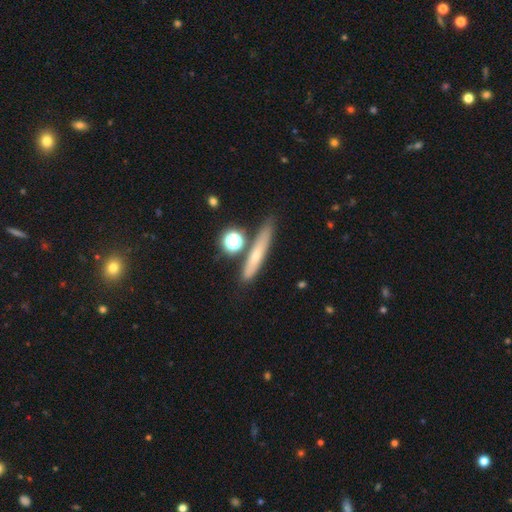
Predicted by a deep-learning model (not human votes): Smooth or featured?
  - smooth: 56% *
  - featured or disk: 33%
  - star or artifact: 10%
How rounded?
  - cigar-shaped: 82% *
  - in between: 10%
  - round: 8%
Merging?
  - none: 72% *
  - minor disturbance: 14%
  - merger: 10%
  - major disturbance: 4%